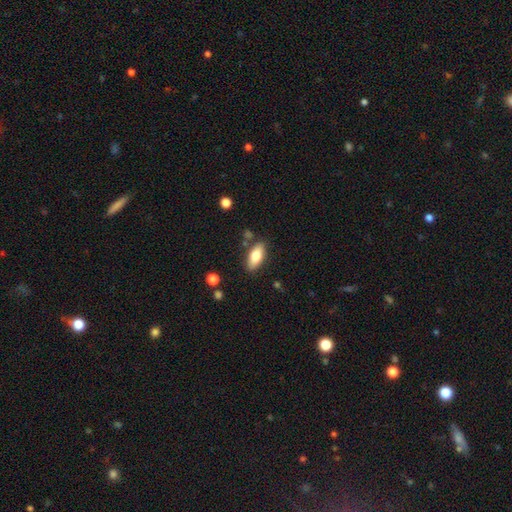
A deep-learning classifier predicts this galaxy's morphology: Smooth or featured? smooth (76%)
How rounded? in between (85%)
Merging? none (82%)